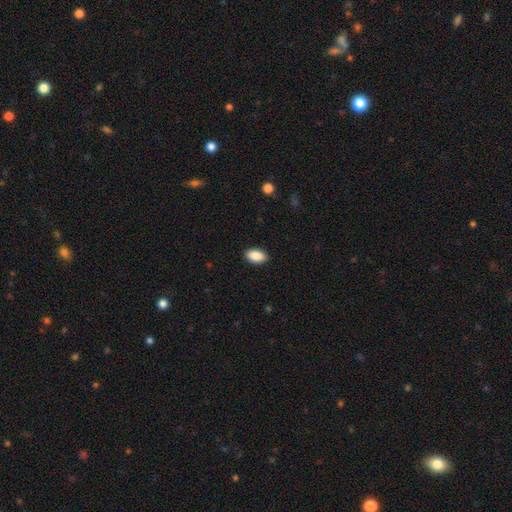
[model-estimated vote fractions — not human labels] smooth_or_featured: smooth (p=0.90) [alt: star or artifact p=0.07]
how_rounded: in between (p=0.94) [alt: round p=0.05]
merging: none (p=0.90) [alt: minor disturbance p=0.08]